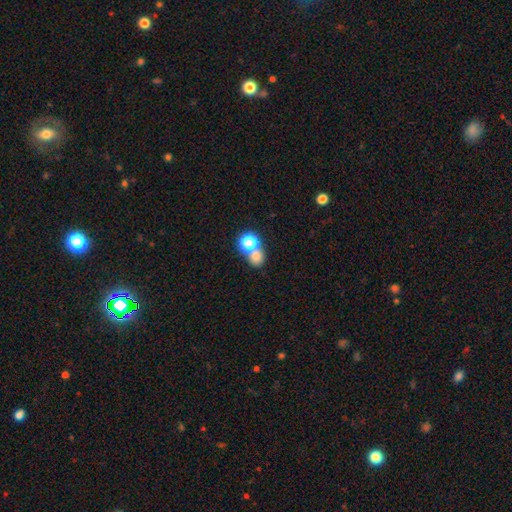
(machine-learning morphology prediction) Smooth or featured? Predicted: smooth (p=0.70). How rounded? Predicted: round (p=0.76). Merging? Predicted: merger (p=0.46).